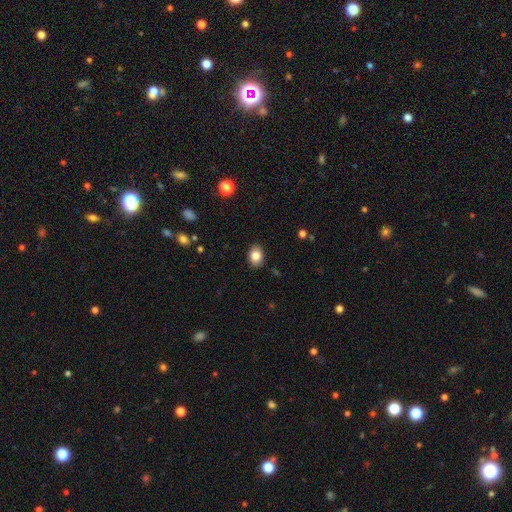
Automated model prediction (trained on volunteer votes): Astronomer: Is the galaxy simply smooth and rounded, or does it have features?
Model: smooth — 84%.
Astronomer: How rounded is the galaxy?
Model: in between — 69%.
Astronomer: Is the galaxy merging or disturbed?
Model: none — 88%.